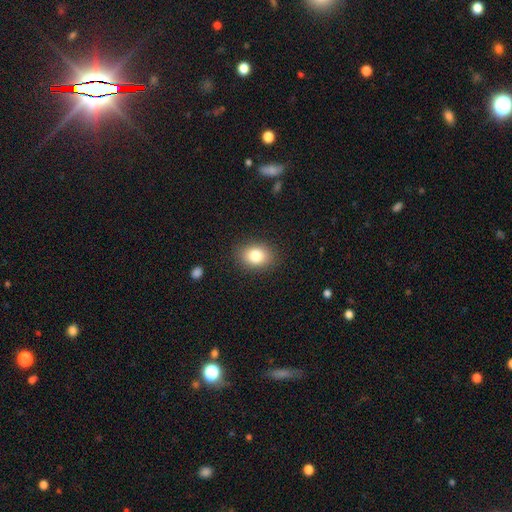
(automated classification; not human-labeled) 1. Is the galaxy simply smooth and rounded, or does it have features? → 82% smooth, 10% star or artifact, 8% featured or disk.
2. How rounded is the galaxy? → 62% in between, 37% round, 1% cigar-shaped.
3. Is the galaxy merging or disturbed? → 87% none, 9% minor disturbance, 3% major disturbance, 1% merger.